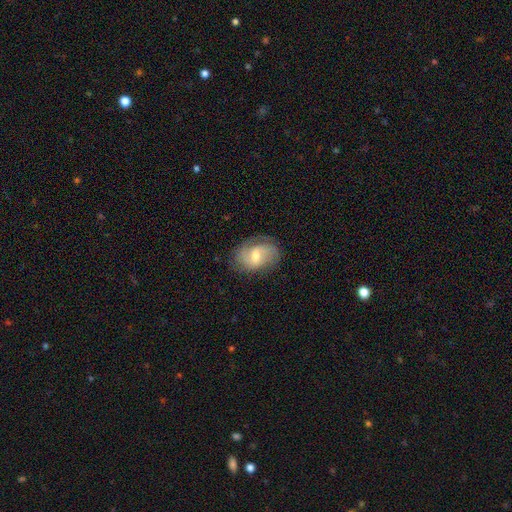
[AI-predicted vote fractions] Smooth or featured? featured or disk (68%)
Edge-on disk? no (96%)
Bar? weak (52%)
Spiral arms? yes (89%)
Spiral winding? medium (44%)
Spiral arm count? 2 (59%)
Bulge size? moderate (59%)
Merging? none (72%)